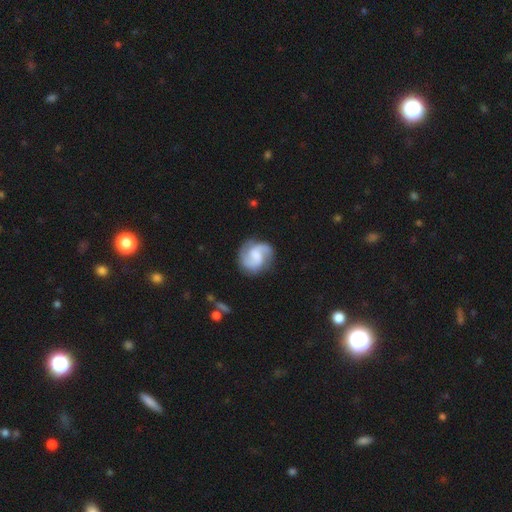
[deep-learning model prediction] A featured or disk galaxy (80%) with a weak bar (49%), 2 (86%) medium (51%) spiral arms (96%) and no central bulge (32%). Merging: none (76%).